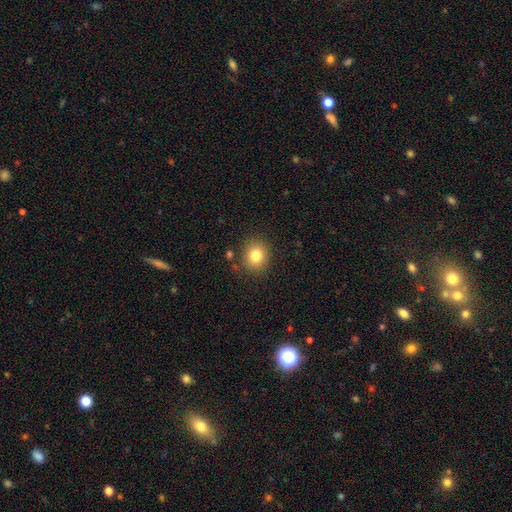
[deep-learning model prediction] smooth_or_featured: smooth (p=0.81) [alt: star or artifact p=0.11]
how_rounded: round (p=0.79) [alt: in between p=0.21]
merging: none (p=0.85) [alt: minor disturbance p=0.09]